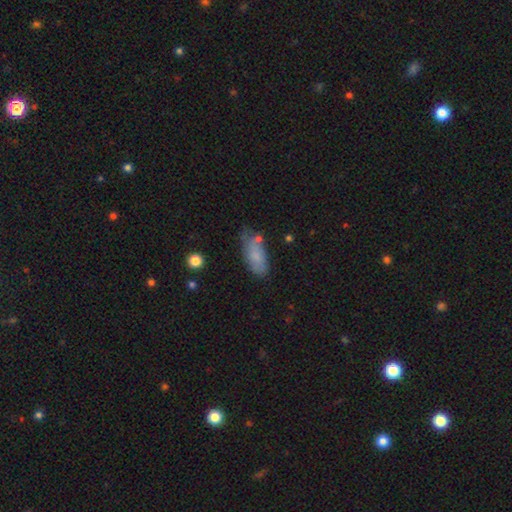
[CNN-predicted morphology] smooth-or-featured: smooth: 78% | featured or disk: 15% | star or artifact: 7%
  how-rounded: in between: 84% | cigar-shaped: 13% | round: 2%
  merging: none: 55% | minor disturbance: 29% | major disturbance: 8% | merger: 8%